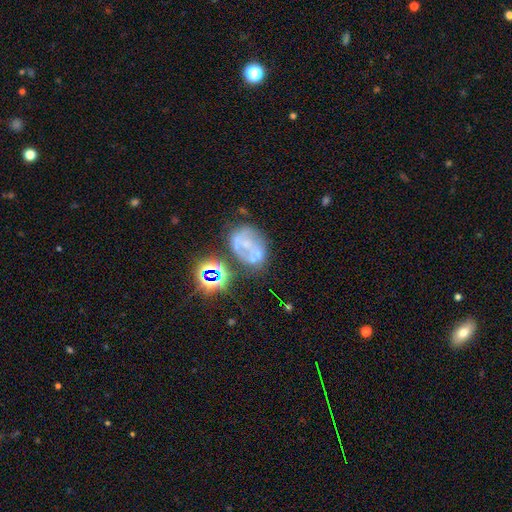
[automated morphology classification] smooth_or_featured: featured or disk (p=0.48) [alt: smooth p=0.30]
merging: none (p=0.38) [alt: minor disturbance p=0.22]